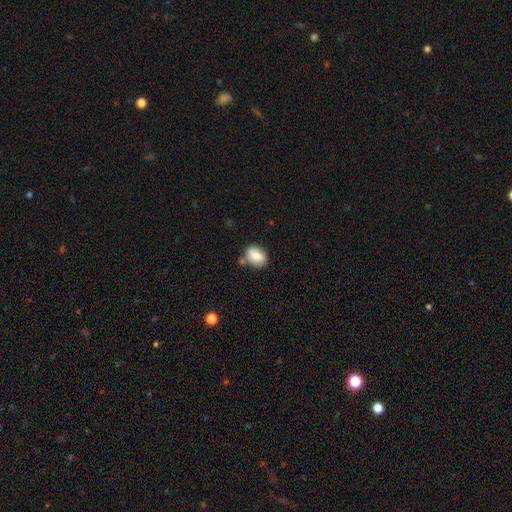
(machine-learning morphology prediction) A smooth galaxy with no disk features (81%) that is in between round and cigar-shaped (70%). Merging: none (64%).